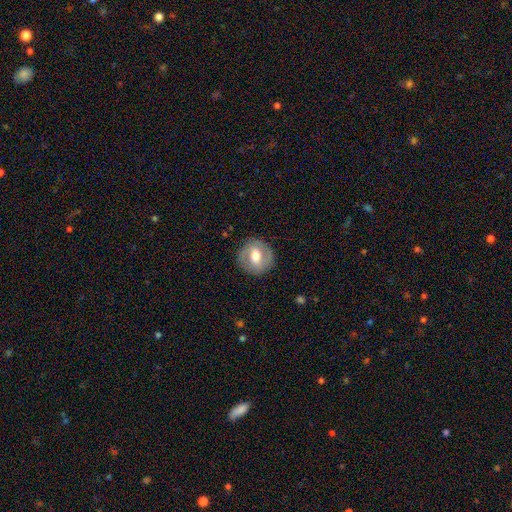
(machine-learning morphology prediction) Smooth or featured?
  - featured or disk: 50% *
  - smooth: 43%
  - star or artifact: 7%
Edge-on disk?
  - no: 95% *
  - yes: 5%
Merging?
  - none: 86% *
  - minor disturbance: 10%
  - major disturbance: 4%
  - merger: 1%